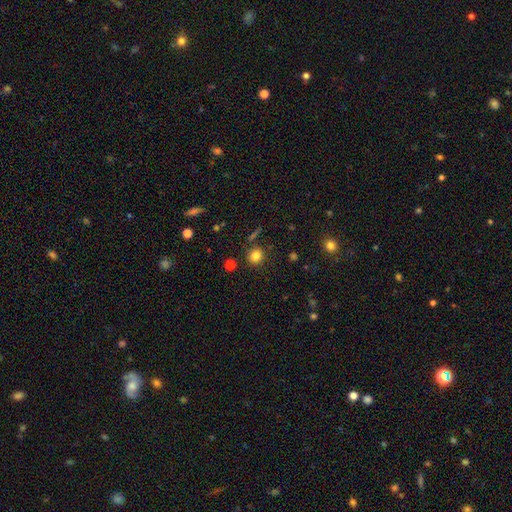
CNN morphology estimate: A smooth galaxy with no disk features (81%) that is round (88%).

Vote fractions:
- Smooth or featured? smooth: 81% / star or artifact: 13% / featured or disk: 6%
- How rounded? round: 88% / in between: 11% / cigar-shaped: 1%
- Merging? none: 86% / minor disturbance: 8% / merger: 4% / major disturbance: 3%